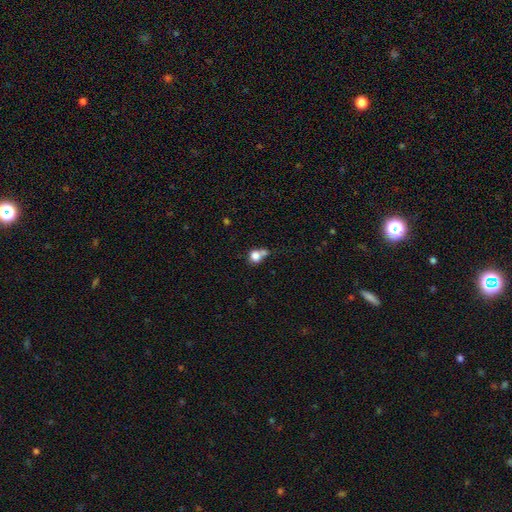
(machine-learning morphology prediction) Overall: smooth (76%). How rounded: round (68%; in between 30%). Merging: merger (48%; none 30%).